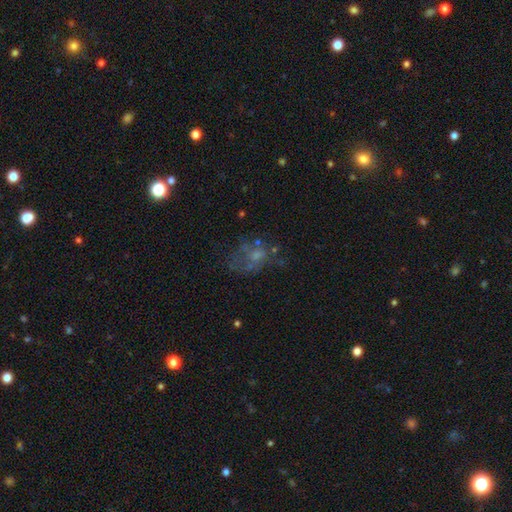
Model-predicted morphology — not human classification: A featured or disk galaxy (45%).

Vote fractions:
- Smooth or featured? featured or disk: 45% / smooth: 33% / star or artifact: 22%
- Merging? none: 41% / major disturbance: 33% / minor disturbance: 20% / merger: 6%